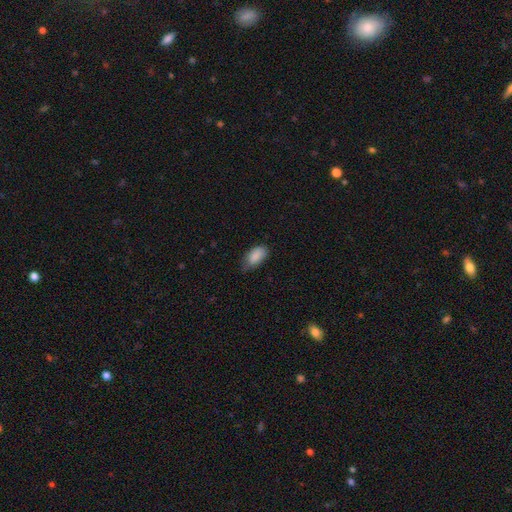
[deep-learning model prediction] This is clearly a smooth galaxy (87%). How rounded: clearly in between (93%). Merging: possibly none (58%).